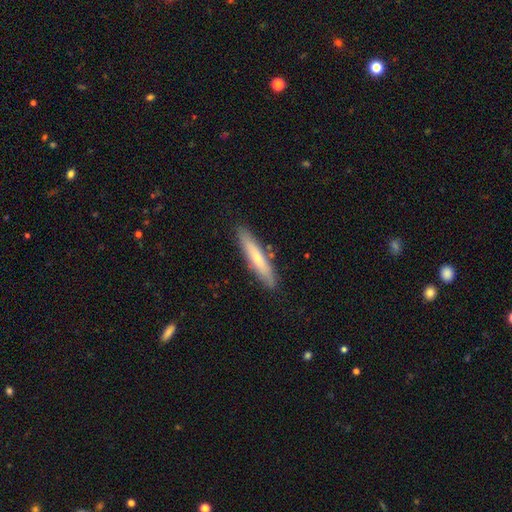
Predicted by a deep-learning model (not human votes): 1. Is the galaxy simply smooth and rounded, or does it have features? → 52% smooth, 41% featured or disk, 7% star or artifact.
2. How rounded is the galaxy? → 89% cigar-shaped, 10% in between, 1% round.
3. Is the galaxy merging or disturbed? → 86% none, 10% minor disturbance, 2% merger, 2% major disturbance.